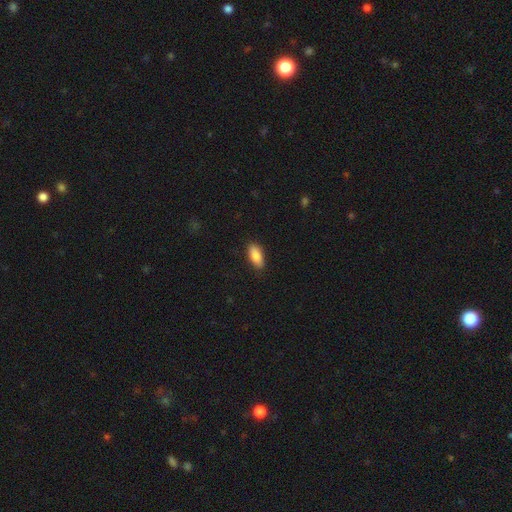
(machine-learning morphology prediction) A smooth galaxy with no disk features (86%) that is in between round and cigar-shaped (85%). Merging: none (88%).